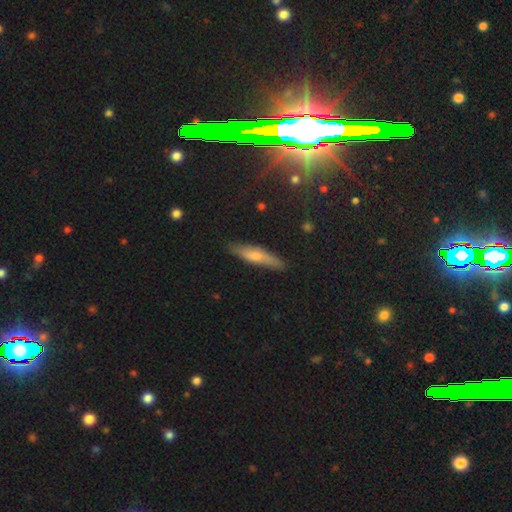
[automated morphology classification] The model was most divided on "smooth or featured": smooth: 58%, featured or disk: 35%, star or artifact: 7%. More confident: merging — none (84%); how rounded — cigar-shaped (80%).